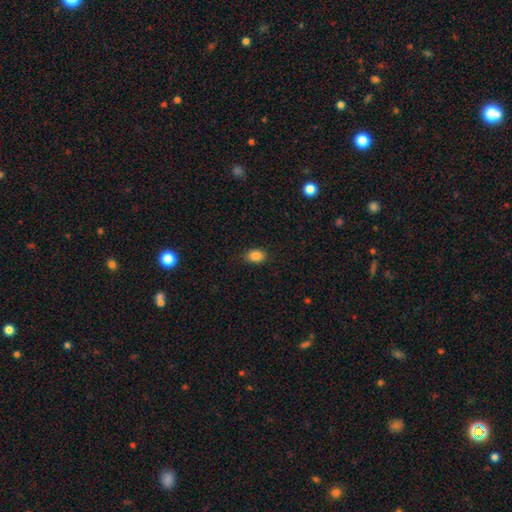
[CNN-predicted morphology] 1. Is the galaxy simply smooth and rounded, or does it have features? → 86% smooth, 10% star or artifact, 5% featured or disk.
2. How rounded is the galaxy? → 75% in between, 24% round, 1% cigar-shaped.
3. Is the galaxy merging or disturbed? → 86% none, 11% minor disturbance, 2% major disturbance, 1% merger.